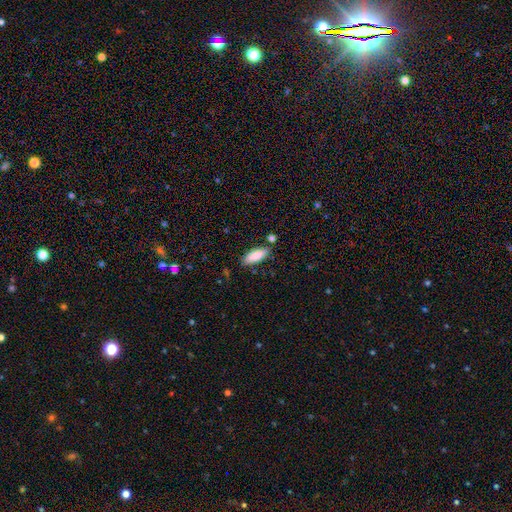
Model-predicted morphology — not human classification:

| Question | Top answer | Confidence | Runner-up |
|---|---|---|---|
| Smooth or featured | smooth | 86% | featured or disk (7%) |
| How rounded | in between | 73% | cigar-shaped (25%) |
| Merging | none | 79% | minor disturbance (13%) |